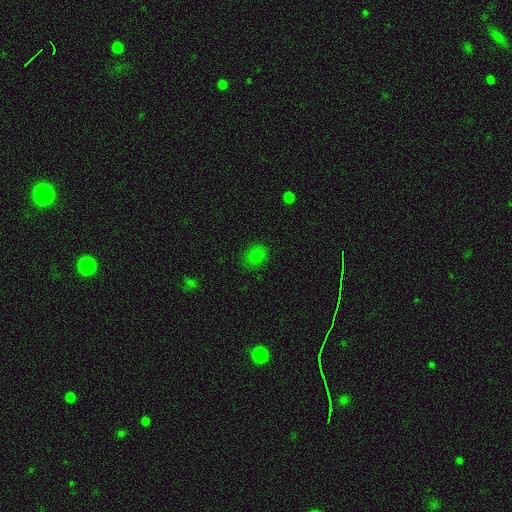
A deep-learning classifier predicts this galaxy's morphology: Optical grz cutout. It shows a smooth galaxy with no disk features (79%) that is in between round and cigar-shaped (53%). Merging: none (79%).